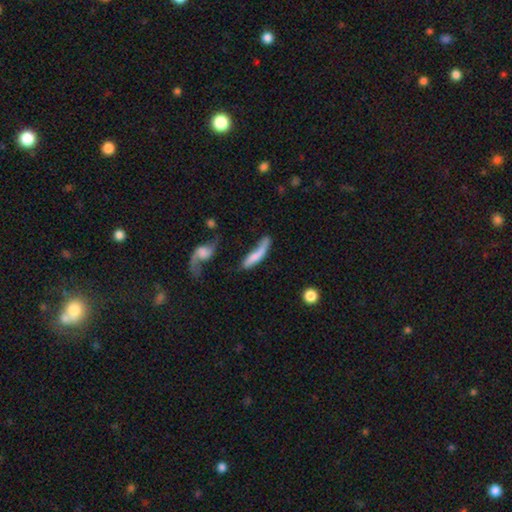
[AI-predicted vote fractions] This is possibly a smooth galaxy (58%). How rounded: likely cigar-shaped (73%). Merging: marginally none (31%).